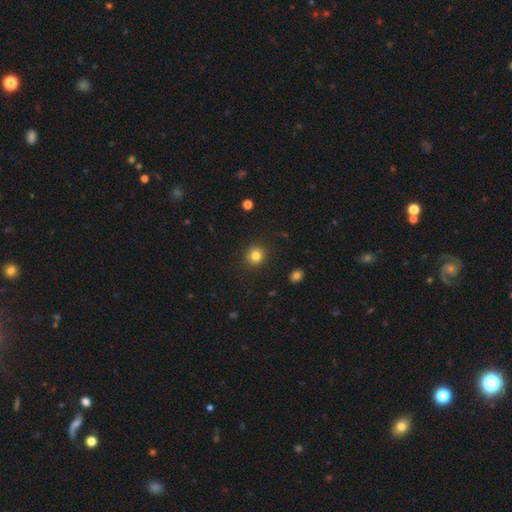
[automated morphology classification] The model was most divided on "smooth or featured": smooth: 81%, star or artifact: 12%, featured or disk: 6%. More confident: merging — none (90%); how rounded — round (90%).